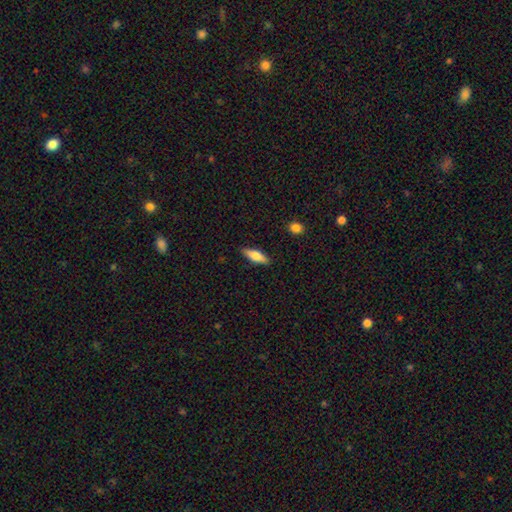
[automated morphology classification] smooth_or_featured: smooth (p=0.67) [alt: featured or disk p=0.26]
how_rounded: in between (p=0.52) [alt: cigar-shaped p=0.46]
merging: none (p=0.87) [alt: minor disturbance p=0.09]